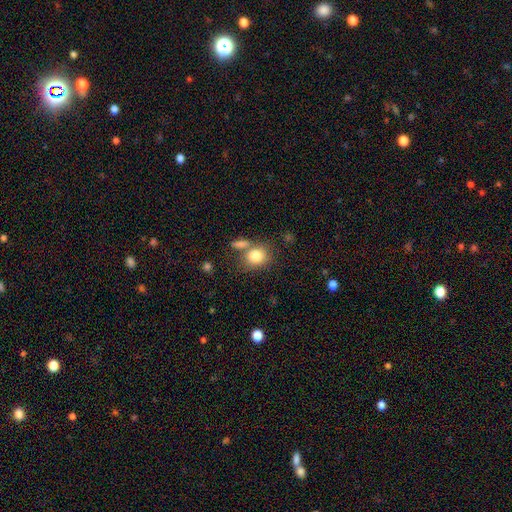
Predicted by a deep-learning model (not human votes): Overall: smooth (82%). How rounded: round (65%; in between 33%). Merging: none (59%; merger 23%).